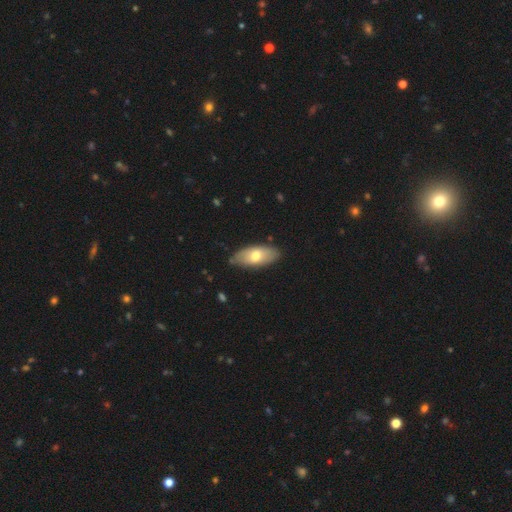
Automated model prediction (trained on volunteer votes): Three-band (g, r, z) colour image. It shows a smooth galaxy with no disk features (63%) that is in between round and cigar-shaped (88%). Merging: none (81%).